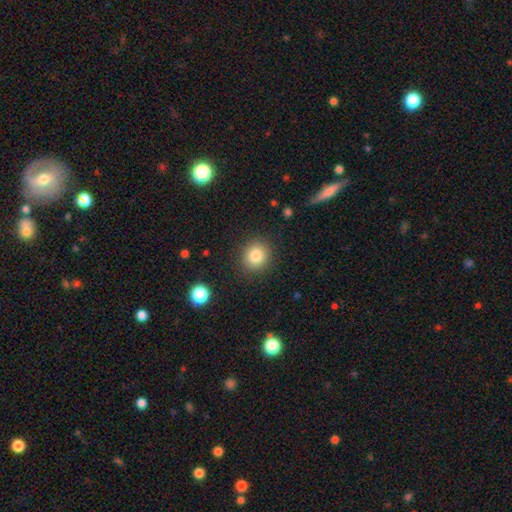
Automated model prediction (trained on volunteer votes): Overall: smooth (83%). How rounded: round (80%). Merging: none (89%).